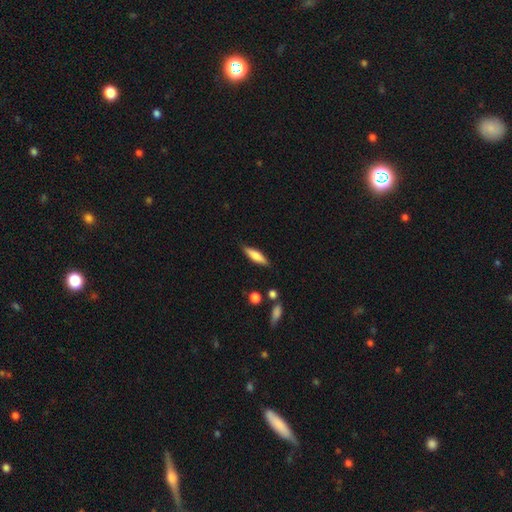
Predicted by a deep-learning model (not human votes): Morphology: type=smooth (69%); roundness=cigar-shaped (67%); merging=none (85%).